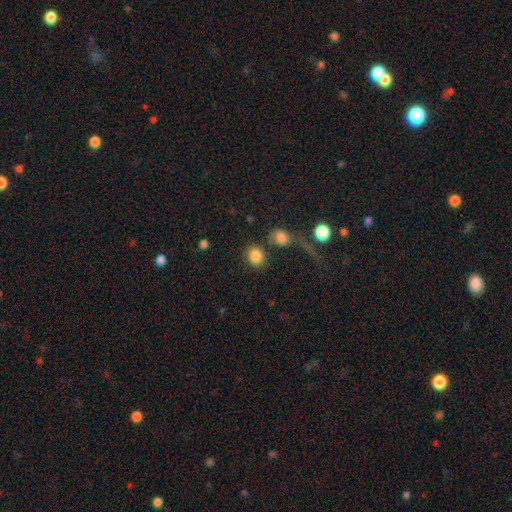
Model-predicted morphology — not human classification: Smooth or featured? Predicted: smooth (p=0.86). How rounded? Predicted: round (p=0.72). Merging? Predicted: none (p=0.73).